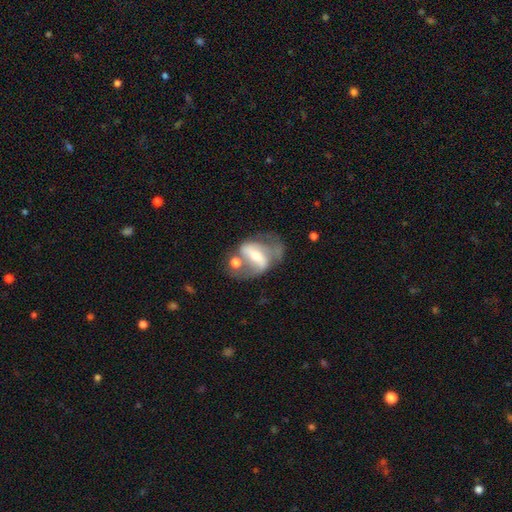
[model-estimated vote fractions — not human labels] Overall: featured or disk (73%). Edge-on disk: no (94%). Bar: strong (53%; weak 29%). Spiral arms: yes (74%). Spiral arm count: 2 (80%). Spiral winding: loose (45%; medium 40%). Bulge size: moderate (49%; small 39%). Merging: none (36%; major disturbance 23%).